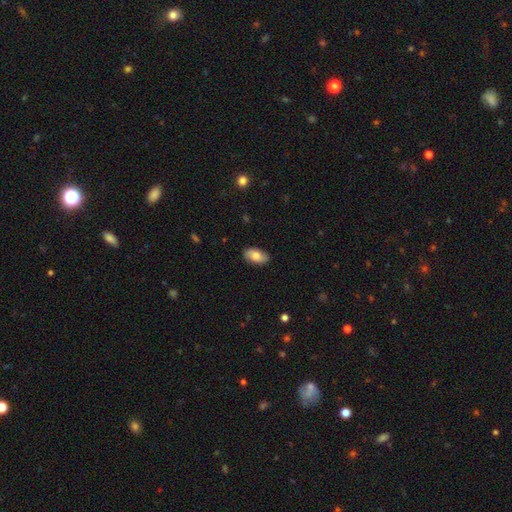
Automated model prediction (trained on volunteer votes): smooth_or_featured: smooth (p=0.72) [alt: featured or disk p=0.21]
how_rounded: in between (p=0.93) [alt: round p=0.04]
merging: none (p=0.84) [alt: minor disturbance p=0.12]